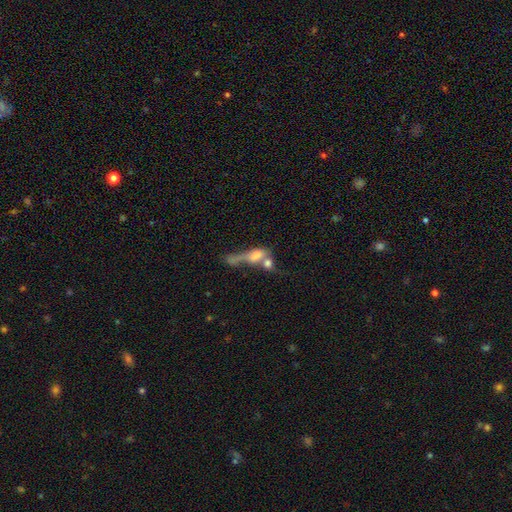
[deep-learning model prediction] This is possibly a smooth galaxy (46%). Merging: possibly merger (56%).